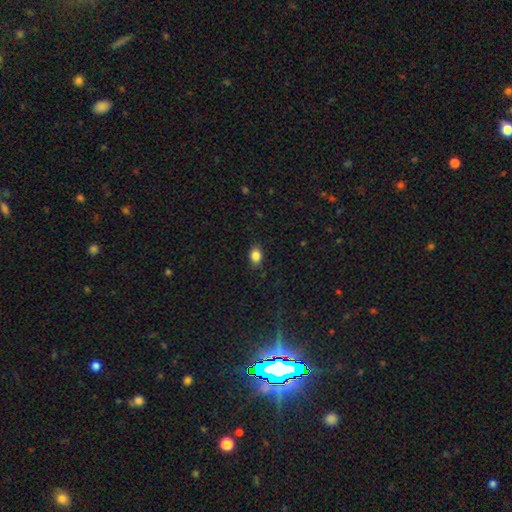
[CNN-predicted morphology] type=smooth (85%); roundness=in between (74%); merging=none (86%).